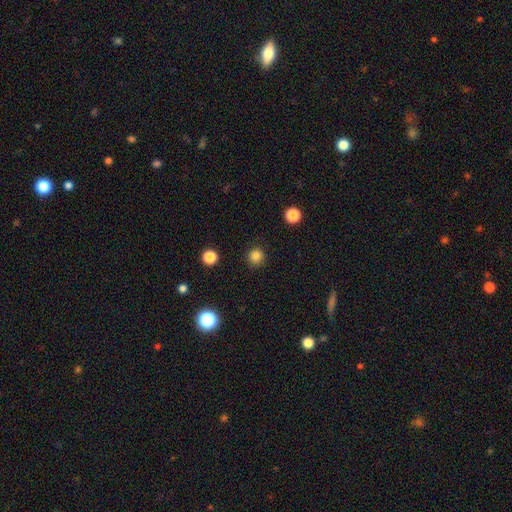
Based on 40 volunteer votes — Smooth or featured?
  - smooth: 82% *
  - star or artifact: 12%
  - featured or disk: 5%
How rounded?
  - round: 97% *
  - in between: 3%
  - cigar-shaped: 0%
Merging?
  - none: 94% *
  - major disturbance: 6%
  - minor disturbance: 0%
  - merger: 0%